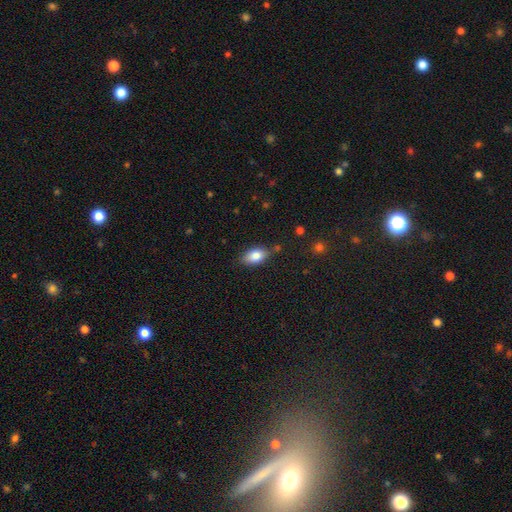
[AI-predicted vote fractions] Smooth or featured?
  - smooth: 82% *
  - featured or disk: 10%
  - star or artifact: 8%
How rounded?
  - in between: 91% *
  - round: 6%
  - cigar-shaped: 3%
Merging?
  - none: 77% *
  - minor disturbance: 17%
  - merger: 3%
  - major disturbance: 3%